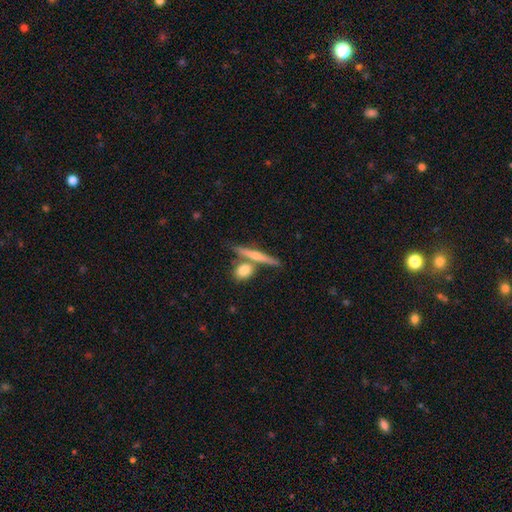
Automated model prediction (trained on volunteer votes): A smooth galaxy with no disk features (48%). Merging: none (66%).